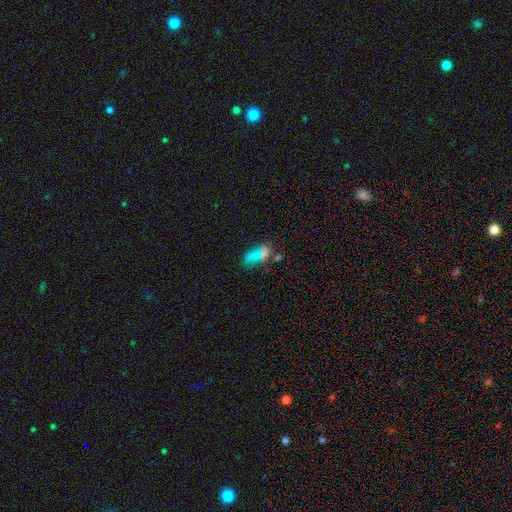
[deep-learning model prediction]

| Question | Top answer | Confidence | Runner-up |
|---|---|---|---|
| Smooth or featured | smooth | 59% | star or artifact (26%) |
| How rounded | in between | 84% | cigar-shaped (8%) |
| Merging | none | 46% | merger (20%) |